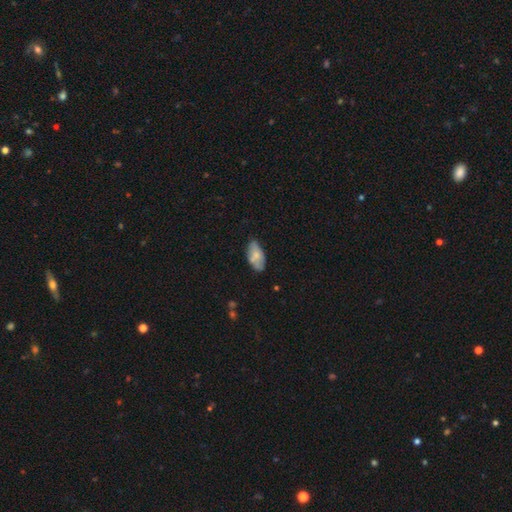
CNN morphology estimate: smooth-or-featured: smooth: 66% | featured or disk: 28% | star or artifact: 6%
  how-rounded: in between: 94% | cigar-shaped: 4% | round: 3%
  merging: none: 62% | minor disturbance: 27% | major disturbance: 6% | merger: 5%